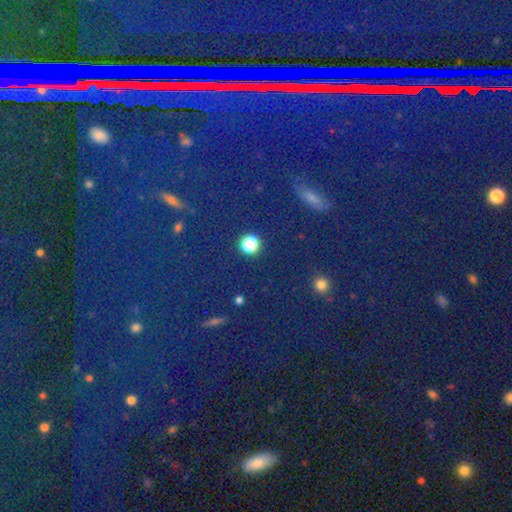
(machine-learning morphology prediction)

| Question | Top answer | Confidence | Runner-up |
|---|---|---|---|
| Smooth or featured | star or artifact | 65% | smooth (25%) |